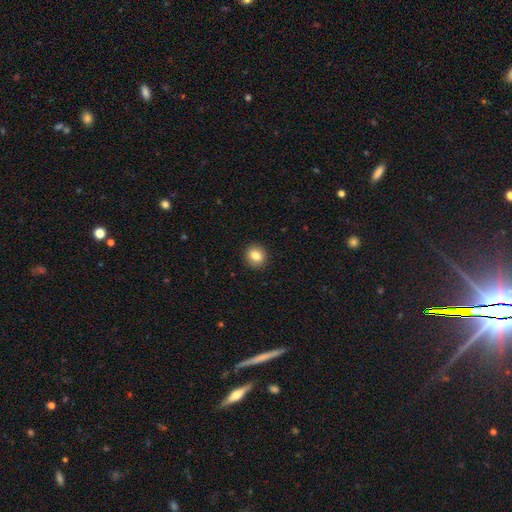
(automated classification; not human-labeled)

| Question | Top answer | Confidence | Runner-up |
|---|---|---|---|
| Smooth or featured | smooth | 85% | star or artifact (9%) |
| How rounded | round | 81% | in between (18%) |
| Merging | none | 92% | minor disturbance (6%) |